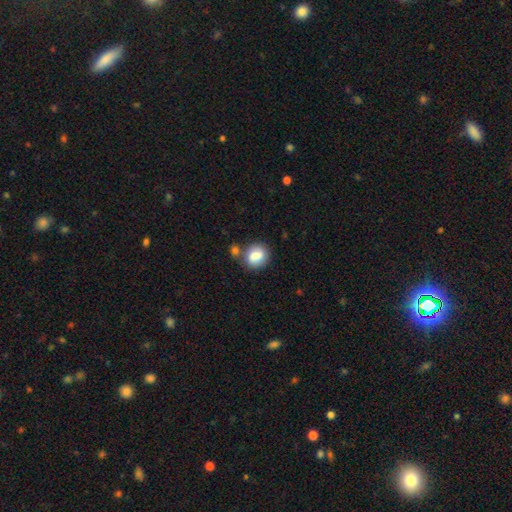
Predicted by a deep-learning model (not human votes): Morphology: type=smooth (80%); roundness=round (63%); merging=none (62%).